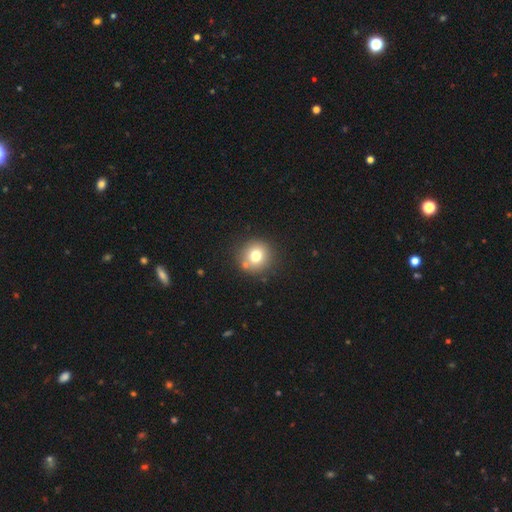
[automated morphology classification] Q: Smooth or featured?
A: smooth (74%); runner-up: star or artifact (13%)
Q: How rounded?
A: round (93%); runner-up: in between (6%)
Q: Merging?
A: none (82%); runner-up: minor disturbance (8%)